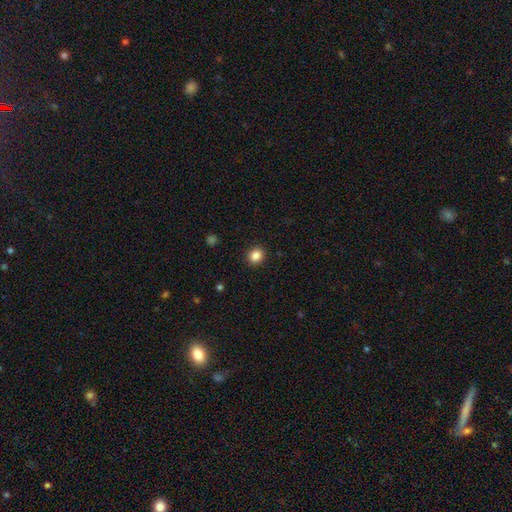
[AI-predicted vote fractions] The model was most divided on "how rounded": round: 77%, in between: 22%, cigar-shaped: 1%. More confident: merging — none (91%); smooth or featured — smooth (85%).